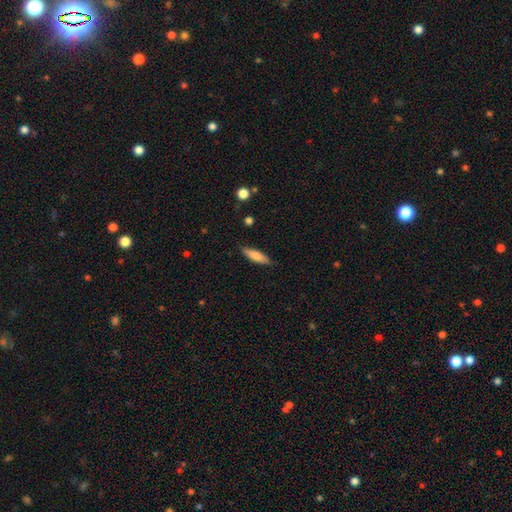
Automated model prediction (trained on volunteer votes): A smooth galaxy with no disk features (77%) that is cigar-shaped (64%). Merging: none (86%).